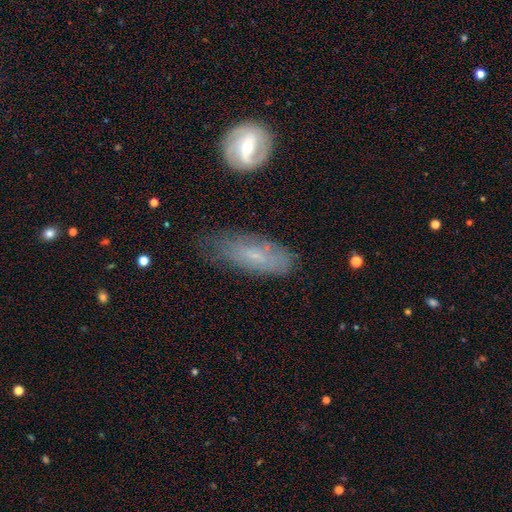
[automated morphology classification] A smooth galaxy with no disk features (53%) that is in between round and cigar-shaped (66%). Merging: none (59%).